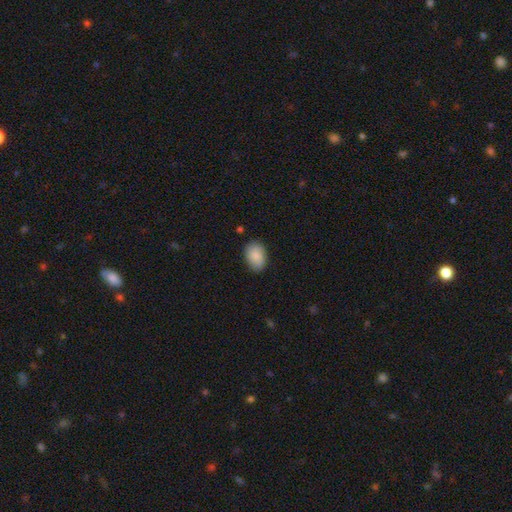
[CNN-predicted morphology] A smooth galaxy with no disk features (88%) that is in between round and cigar-shaped (85%).

Vote fractions:
- Smooth or featured? smooth: 88% / star or artifact: 7% / featured or disk: 5%
- How rounded? in between: 85% / round: 14% / cigar-shaped: 1%
- Merging? none: 81% / minor disturbance: 15% / major disturbance: 3% / merger: 1%